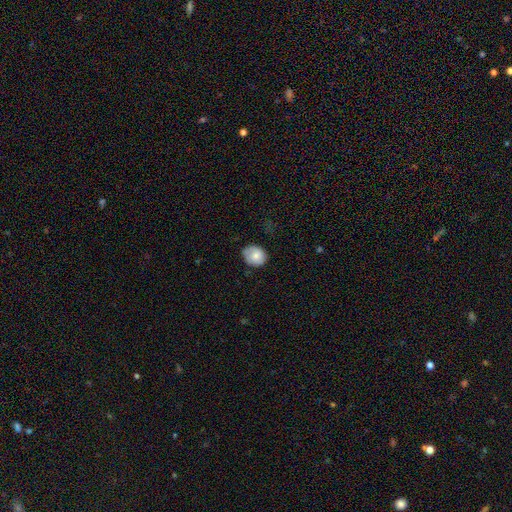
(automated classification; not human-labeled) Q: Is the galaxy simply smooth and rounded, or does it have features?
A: smooth — 76%.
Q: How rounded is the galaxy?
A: round — 62%.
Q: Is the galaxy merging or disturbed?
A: none — 64%.